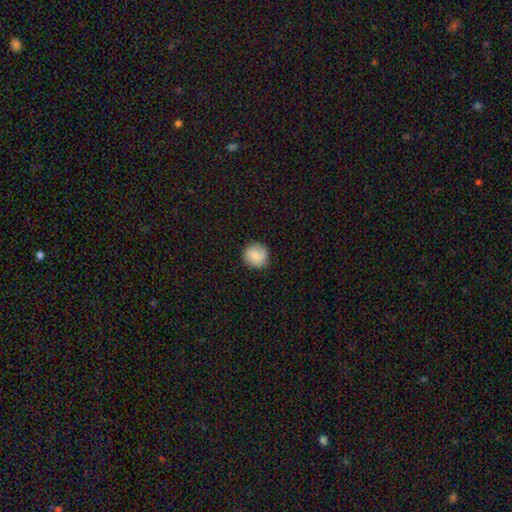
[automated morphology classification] A smooth galaxy with no disk features (82%) that is round (91%).

Vote fractions:
- Smooth or featured? smooth: 82% / featured or disk: 11% / star or artifact: 8%
- How rounded? round: 91% / in between: 8% / cigar-shaped: 1%
- Merging? none: 83% / minor disturbance: 13% / major disturbance: 3% / merger: 1%